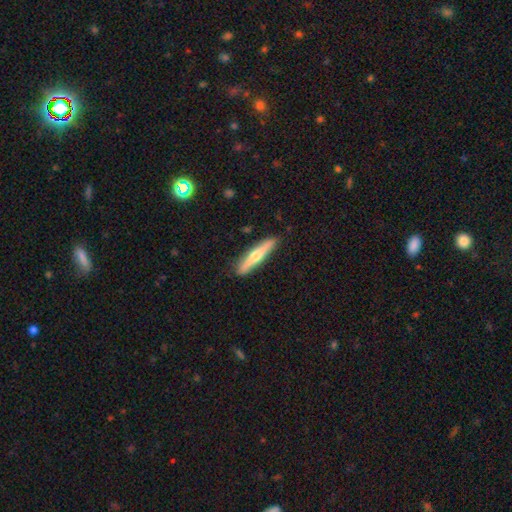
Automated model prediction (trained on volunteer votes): This appears to be a featured or disk galaxy (51%) viewed edge-on (93%). Merging: none (89%).